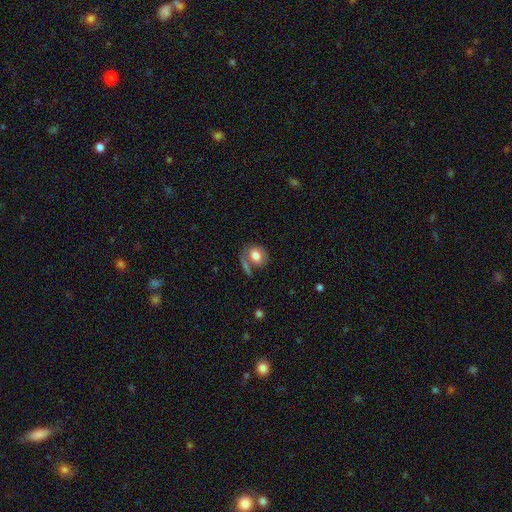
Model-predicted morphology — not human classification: smooth_or_featured: smooth (p=0.74) [alt: featured or disk p=0.18]
how_rounded: in between (p=0.52) [alt: round p=0.46]
merging: none (p=0.55) [alt: merger p=0.18]